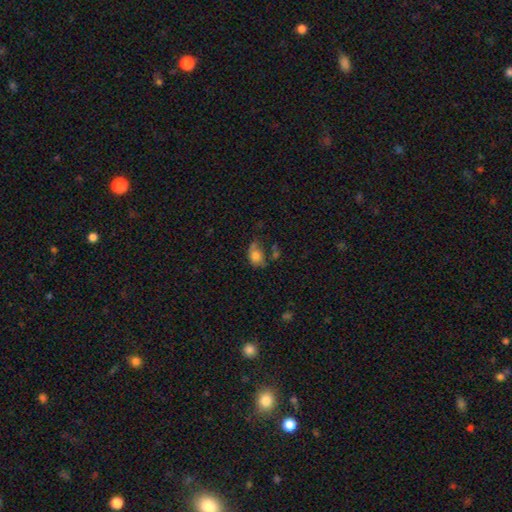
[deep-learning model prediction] A smooth galaxy with no disk features (74%) that is in between round and cigar-shaped (67%).

Vote fractions:
- Smooth or featured? smooth: 74% / featured or disk: 16% / star or artifact: 10%
- How rounded? in between: 67% / round: 32% / cigar-shaped: 2%
- Merging? none: 34% / minor disturbance: 33% / major disturbance: 21% / merger: 12%